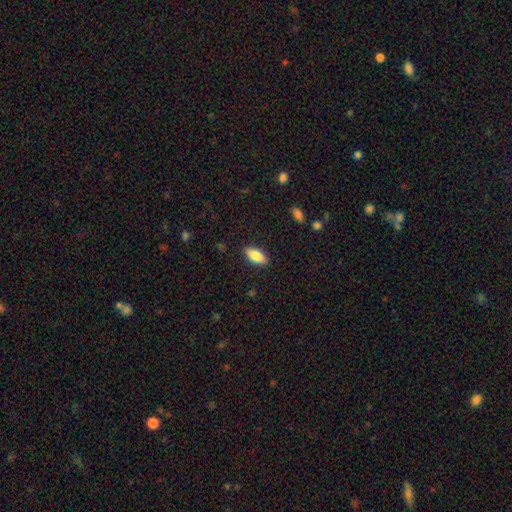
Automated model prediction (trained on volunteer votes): A smooth galaxy with no disk features (84%) that is in between round and cigar-shaped (85%).

Vote fractions:
- Smooth or featured? smooth: 84% / featured or disk: 9% / star or artifact: 7%
- How rounded? in between: 85% / cigar-shaped: 13% / round: 2%
- Merging? none: 88% / minor disturbance: 8% / major disturbance: 2% / merger: 1%